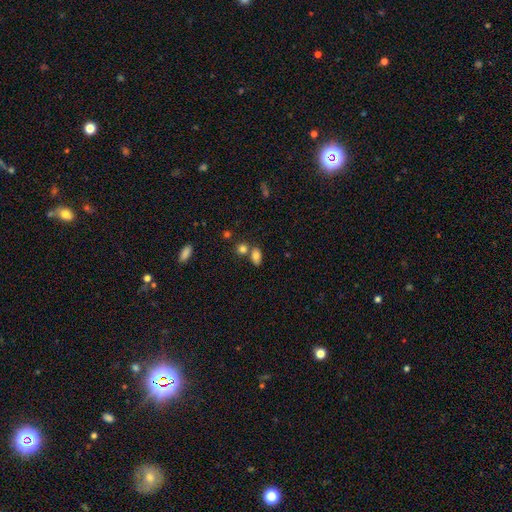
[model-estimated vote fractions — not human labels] Morphology: type=smooth (81%); roundness=in between (84%); merging=none (54%).